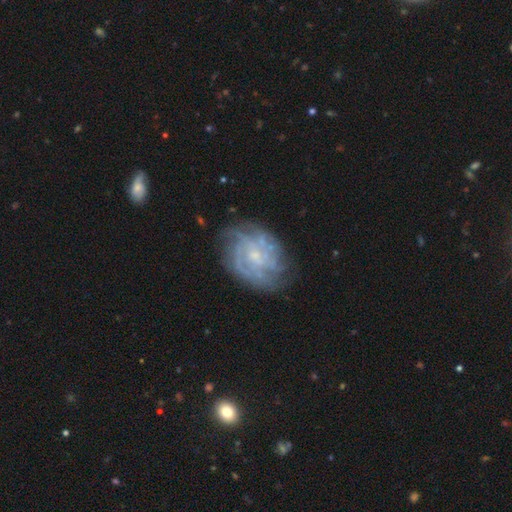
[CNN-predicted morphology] smooth-or-featured: featured or disk: 80% | smooth: 13% | star or artifact: 7%
  disk-edge-on: no: 97% | yes: 3%
    bar: no: 67% | weak: 29% | strong: 5%
    has-spiral-arms: yes: 90% | no: 10%
      spiral-winding: tight: 61% | medium: 30% | loose: 9%
      spiral-arm-count: can't tell: 43% | 4: 15% | 3: 15% | 2: 14% | more than 4: 8% | 1: 6%
    bulge-size: small: 67% | moderate: 21% | none: 9% | large: 1% | dominant: 1%
  merging: none: 71% | minor disturbance: 19% | major disturbance: 8% | merger: 2%